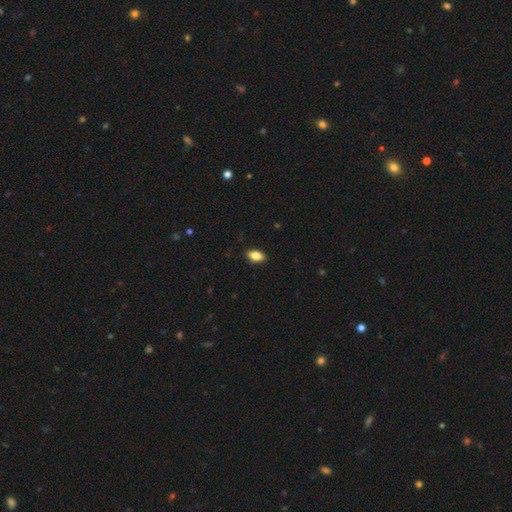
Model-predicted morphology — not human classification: The model was most divided on "smooth or featured": smooth: 83%, featured or disk: 9%, star or artifact: 8%. More confident: how rounded — in between (90%); merging — none (87%).